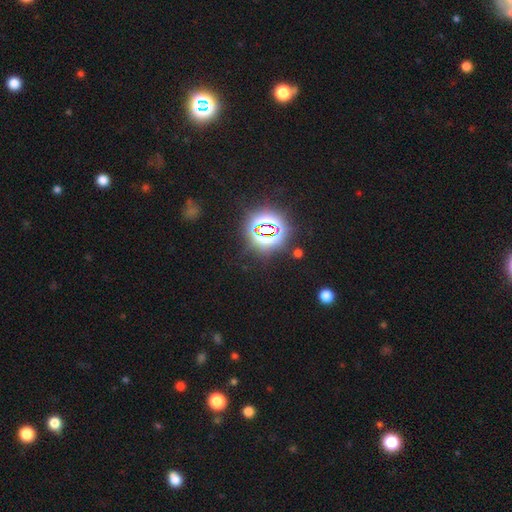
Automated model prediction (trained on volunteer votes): This appears to be a star or artifact, not a galaxy (81%).